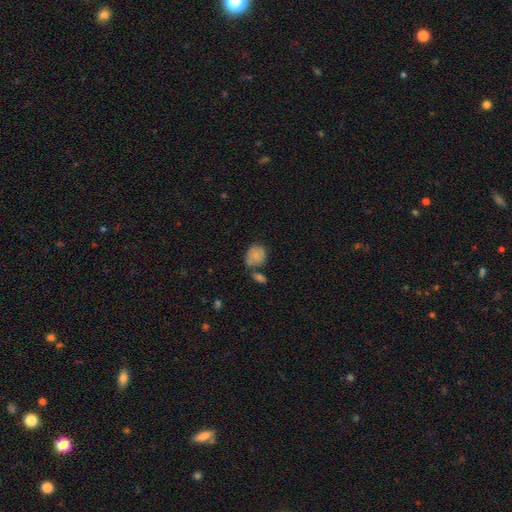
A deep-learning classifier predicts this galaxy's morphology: A smooth galaxy with no disk features (81%) that is round (51%). Merging: none (46%).